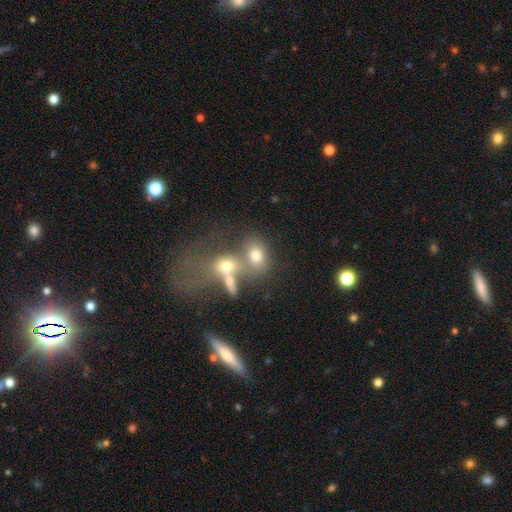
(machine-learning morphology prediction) smooth 69%, featured or disk 17%, star or artifact 13%. Down the decision tree: how rounded — in between (63%); merging — merger (47%).